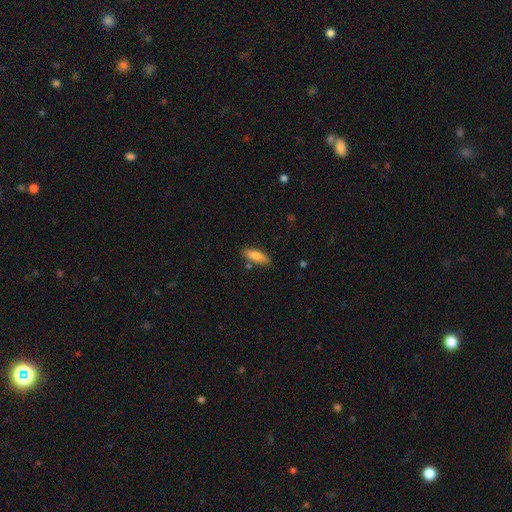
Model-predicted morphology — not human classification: Overall: smooth (82%). How rounded: in between (62%; cigar-shaped 36%). Merging: none (80%).